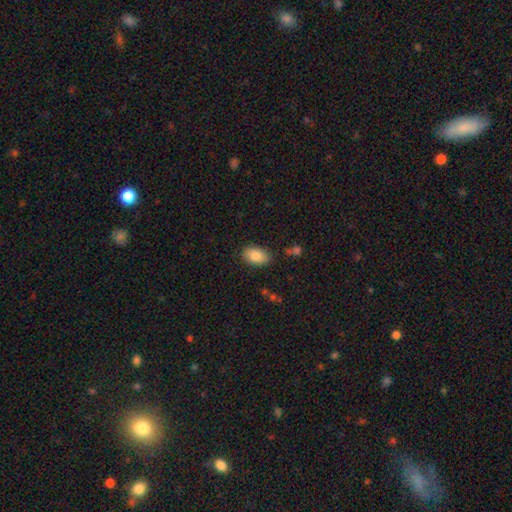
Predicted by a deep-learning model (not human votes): smooth 84%, featured or disk 9%, star or artifact 7%. Down the decision tree: how rounded — in between (90%); merging — none (84%).